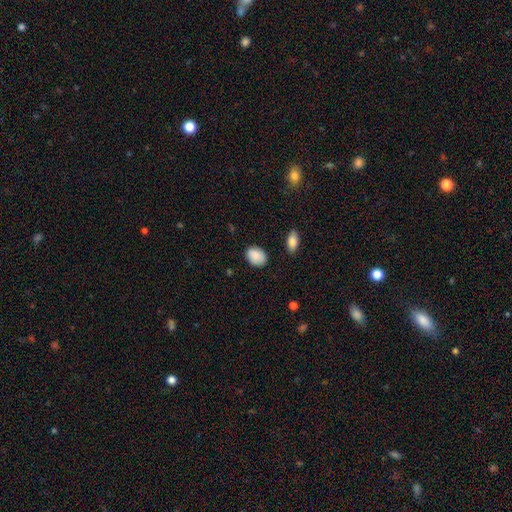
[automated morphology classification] Overall: smooth (88%). How rounded: in between (70%). Merging: none (83%).